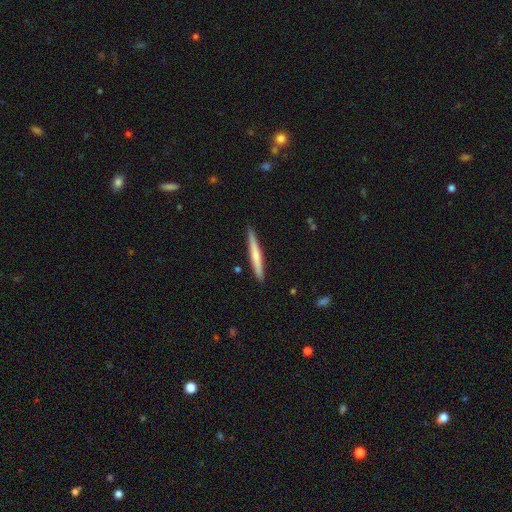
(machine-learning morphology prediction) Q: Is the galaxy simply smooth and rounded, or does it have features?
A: smooth — 55%.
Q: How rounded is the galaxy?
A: cigar-shaped — 96%.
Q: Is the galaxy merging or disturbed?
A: none — 90%.